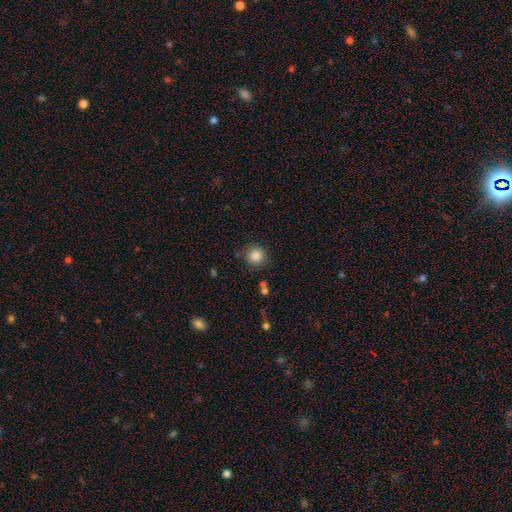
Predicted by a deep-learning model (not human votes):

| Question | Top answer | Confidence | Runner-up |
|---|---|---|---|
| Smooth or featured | smooth | 85% | star or artifact (10%) |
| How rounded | round | 93% | in between (6%) |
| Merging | none | 85% | minor disturbance (9%) |